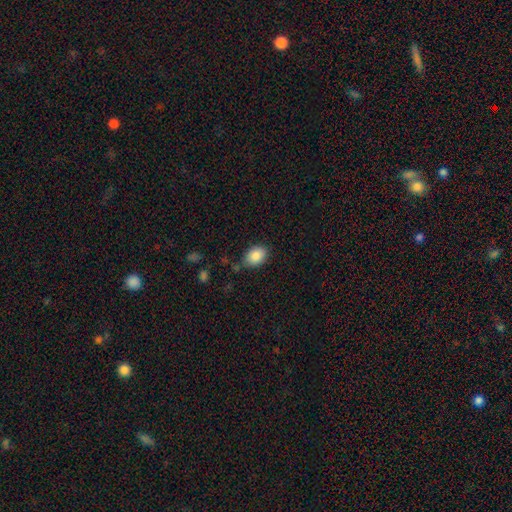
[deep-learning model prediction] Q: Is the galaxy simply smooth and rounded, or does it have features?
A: smooth — 87%.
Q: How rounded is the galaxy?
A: in between — 77%.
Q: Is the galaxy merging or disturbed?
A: none — 78%.